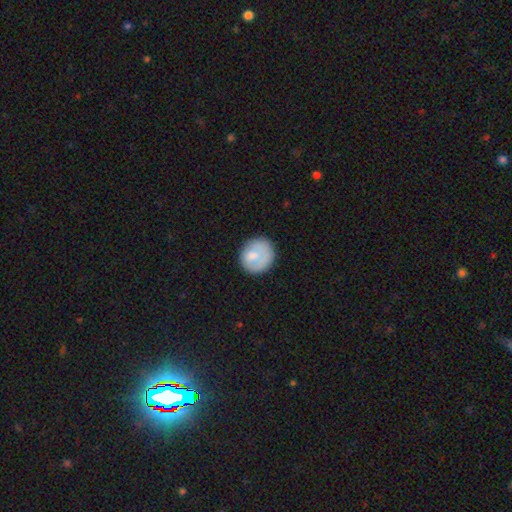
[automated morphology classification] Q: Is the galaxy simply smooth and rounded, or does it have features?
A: smooth — 74%.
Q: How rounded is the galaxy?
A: round — 80%.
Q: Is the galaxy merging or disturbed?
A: none — 70%.